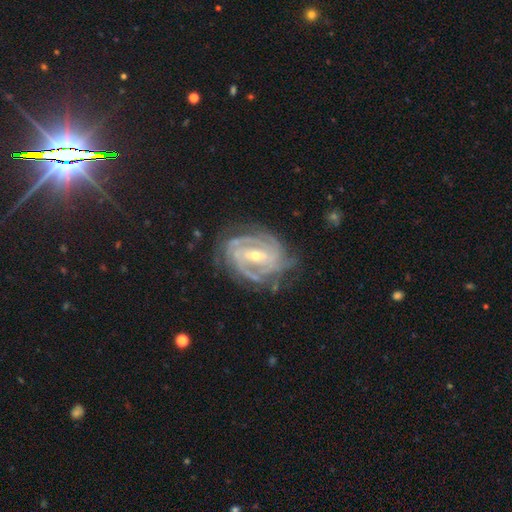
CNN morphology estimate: The model was most divided on "bar": strong: 41%, weak: 39%, no: 19%. Remaining: spiral arms — yes (98%); edge-on disk — no (97%); smooth or featured — featured or disk (91%); merging — none (74%); spiral winding — tight (70%); bulge size — small (57%); spiral arm count — 3 (29%).